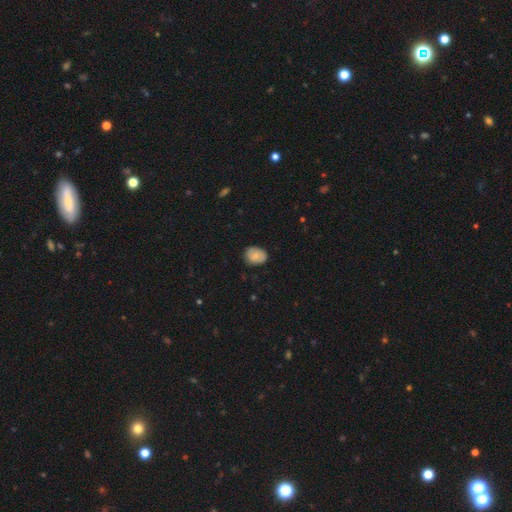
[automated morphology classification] This appears to be a smooth galaxy with no disk features (84%) that is in between round and cigar-shaped (58%). Merging: none (81%).